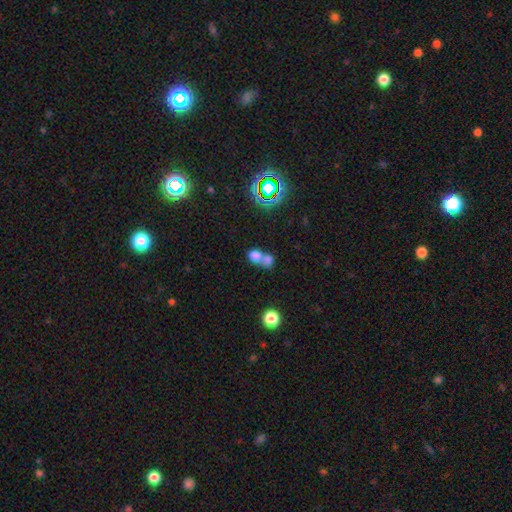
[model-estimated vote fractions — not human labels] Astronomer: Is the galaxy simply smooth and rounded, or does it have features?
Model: smooth — 72%.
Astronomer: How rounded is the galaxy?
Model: round — 59% (runner-up: in between, 40%).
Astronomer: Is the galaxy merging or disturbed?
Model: merger — 66%.